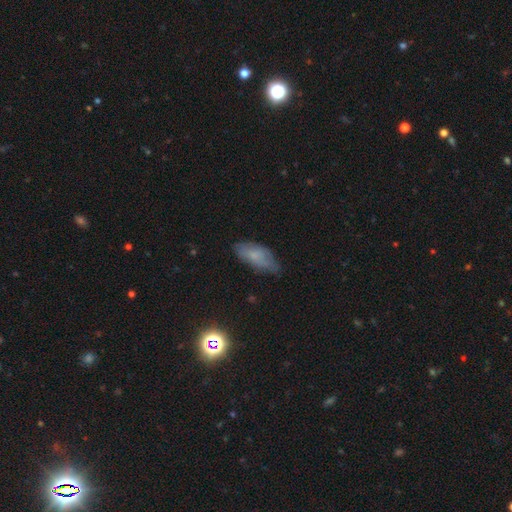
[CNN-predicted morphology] The model was most divided on "merging": none: 59%, minor disturbance: 31%, major disturbance: 8%, merger: 2%. More confident: how rounded — in between (84%); smooth or featured — smooth (65%).